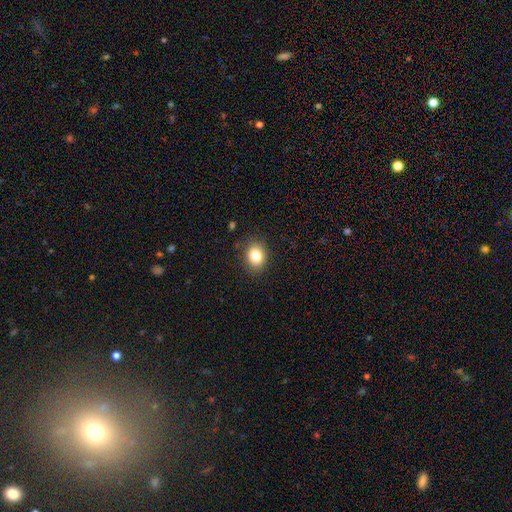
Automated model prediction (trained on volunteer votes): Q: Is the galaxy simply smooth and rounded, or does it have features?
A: smooth — 82%.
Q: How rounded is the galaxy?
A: round — 51%.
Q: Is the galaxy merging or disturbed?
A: none — 87%.